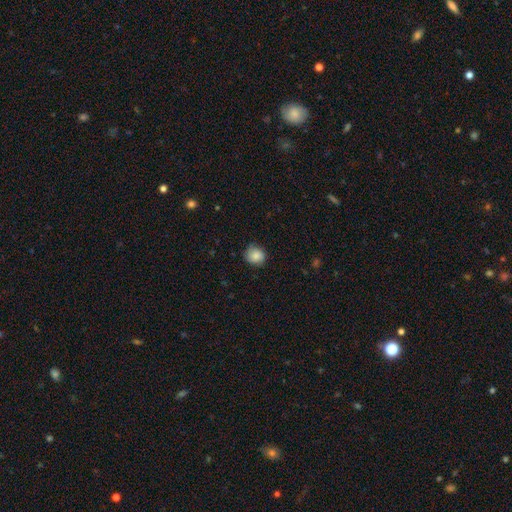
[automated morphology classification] smooth-or-featured: smooth: 80% | featured or disk: 12% | star or artifact: 9%
  how-rounded: round: 81% | in between: 18% | cigar-shaped: 1%
  merging: none: 74% | minor disturbance: 21% | major disturbance: 4% | merger: 1%